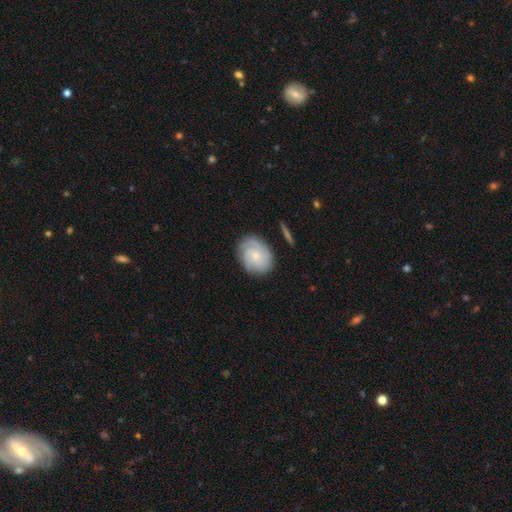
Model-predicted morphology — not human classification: This appears to be a featured or disk galaxy (60%) with no bar (78%), tight (63%) spiral arms (90%) and a small central bulge (66%). Merging: none (76%).